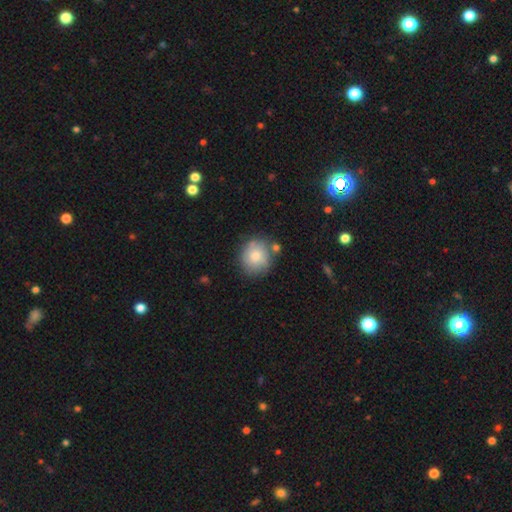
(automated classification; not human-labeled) Smooth or featured? smooth (78%)
How rounded? round (83%)
Merging? none (70%)